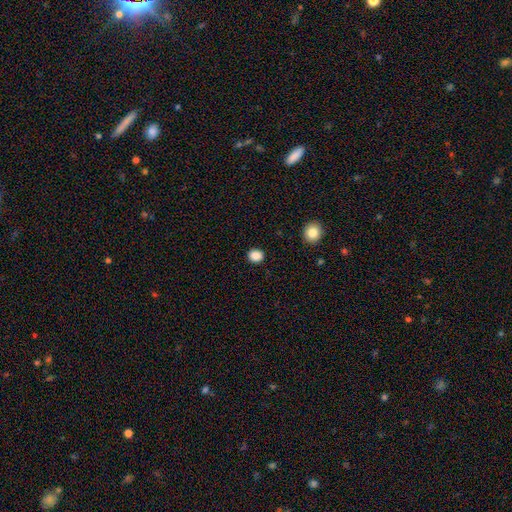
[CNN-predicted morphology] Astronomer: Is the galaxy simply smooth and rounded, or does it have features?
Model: smooth — 87%.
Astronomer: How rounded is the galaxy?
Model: round — 66%.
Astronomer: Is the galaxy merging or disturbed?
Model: none — 90%.